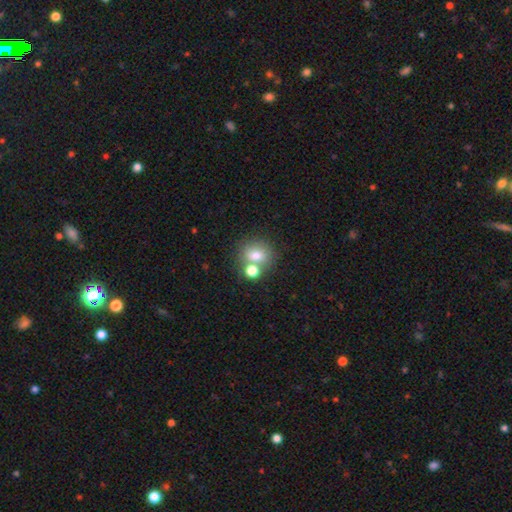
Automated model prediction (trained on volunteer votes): Q: Smooth or featured?
A: smooth (74%); runner-up: featured or disk (13%)
Q: How rounded?
A: round (74%); runner-up: in between (25%)
Q: Merging?
A: none (55%); runner-up: merger (32%)